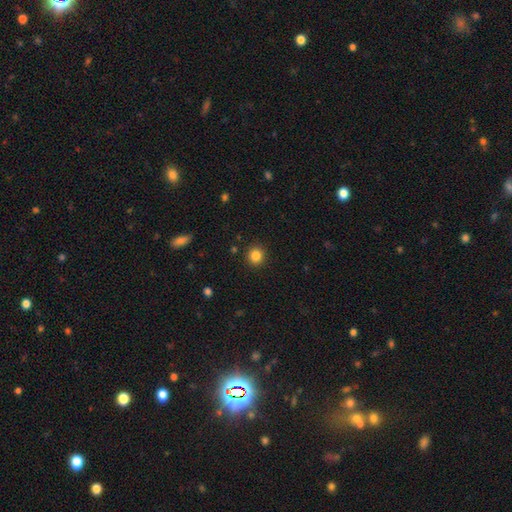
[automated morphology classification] Overall: smooth (84%). How rounded: round (90%). Merging: none (91%).